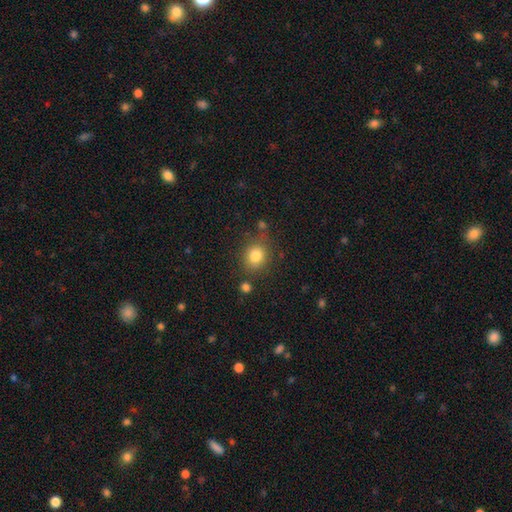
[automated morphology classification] smooth 82%, star or artifact 11%, featured or disk 7%. Down the decision tree: how rounded — round (75%); merging — none (77%).